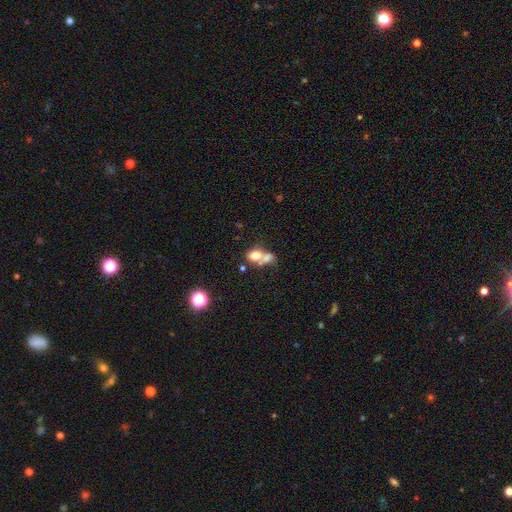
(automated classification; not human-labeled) Smooth or featured? smooth (69%)
How rounded? in between (53%)
Merging? merger (61%)